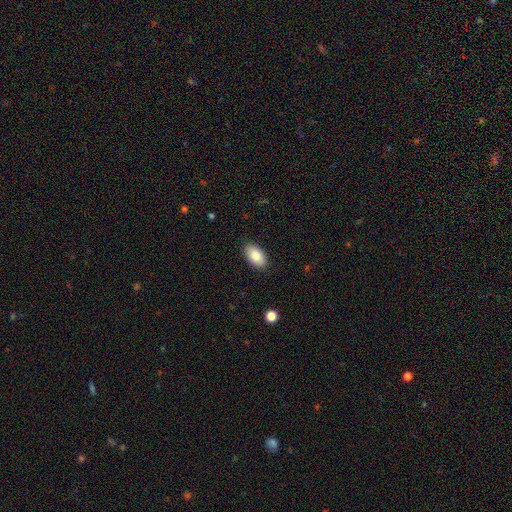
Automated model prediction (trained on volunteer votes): Morphology: type=smooth (85%); roundness=in between (94%); merging=none (88%).